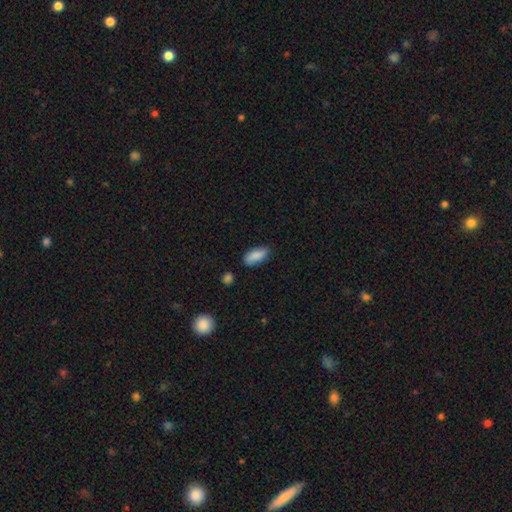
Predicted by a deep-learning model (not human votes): smooth-or-featured: smooth: 85% | featured or disk: 8% | star or artifact: 7%
  how-rounded: in between: 85% | cigar-shaped: 12% | round: 2%
  merging: none: 77% | minor disturbance: 17% | major disturbance: 3% | merger: 2%